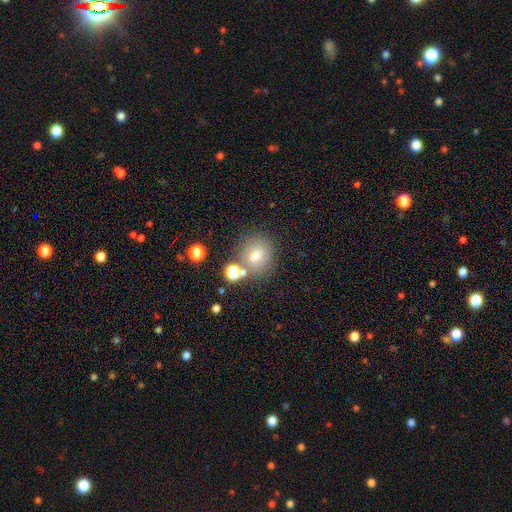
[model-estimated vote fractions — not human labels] This is likely a smooth galaxy (69%). How rounded: likely round (68%). Merging: likely none (68%).